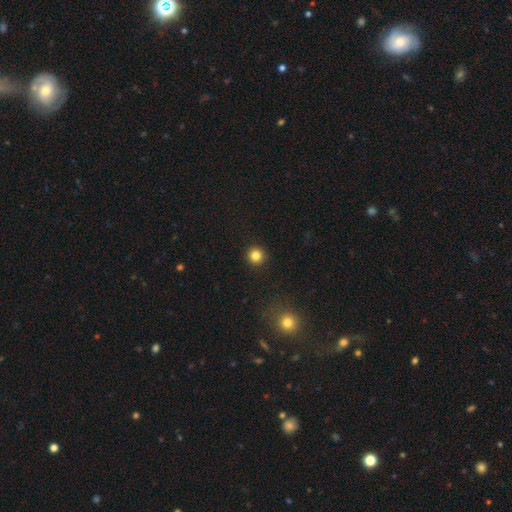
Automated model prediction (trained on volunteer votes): smooth-or-featured: smooth: 83% | star or artifact: 12% | featured or disk: 5%
  how-rounded: round: 95% | in between: 4% | cigar-shaped: 1%
  merging: none: 93% | minor disturbance: 5% | major disturbance: 2% | merger: 1%